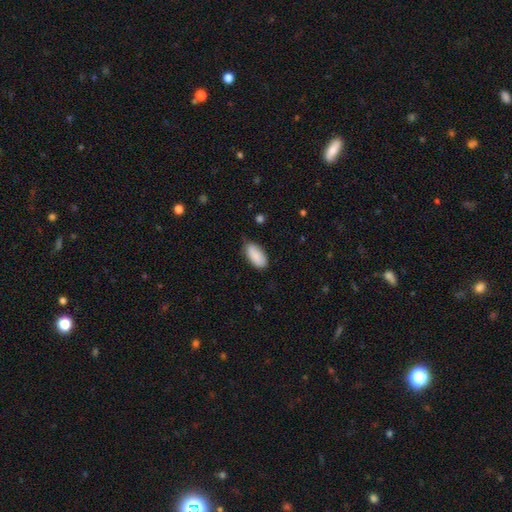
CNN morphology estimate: type=smooth (89%); roundness=in between (92%); merging=none (74%).